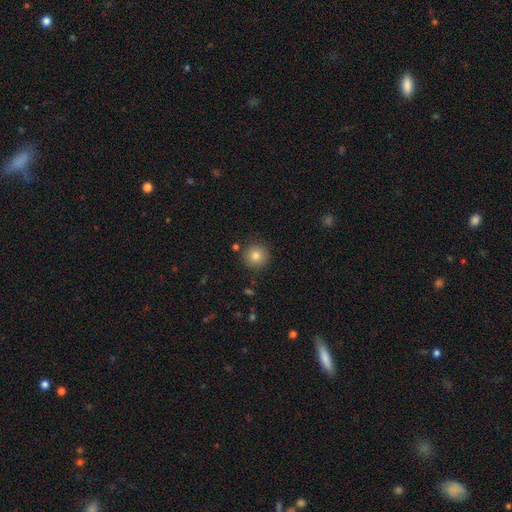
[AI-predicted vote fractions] This appears to be a smooth galaxy with no disk features (81%) that is round (95%). Merging: none (89%).